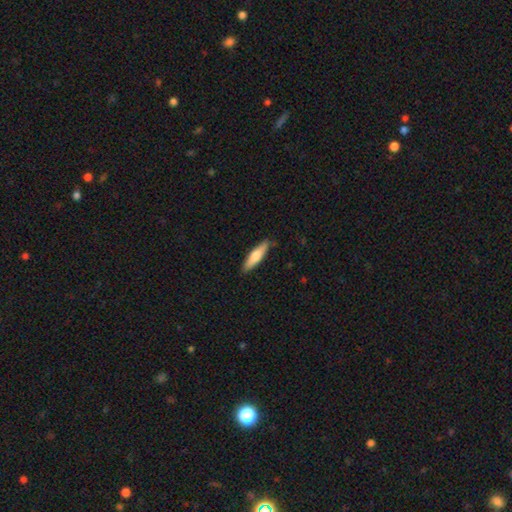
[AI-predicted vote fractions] This is likely a smooth galaxy (63%). How rounded: likely cigar-shaped (74%). Merging: clearly none (88%).